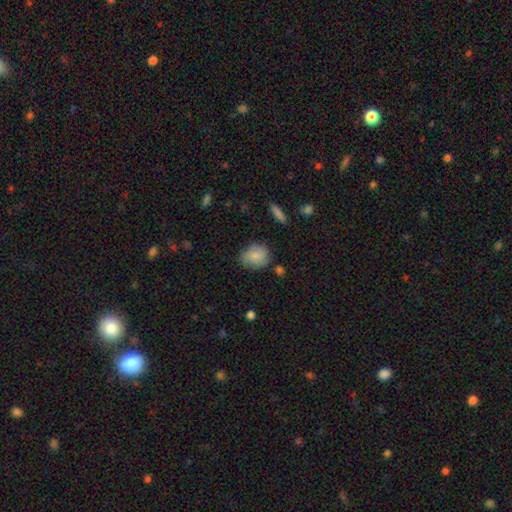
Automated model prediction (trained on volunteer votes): Smooth or featured?
  - smooth: 81% *
  - featured or disk: 11%
  - star or artifact: 7%
How rounded?
  - round: 56% *
  - in between: 42%
  - cigar-shaped: 1%
Merging?
  - none: 69% *
  - minor disturbance: 23%
  - major disturbance: 5%
  - merger: 3%